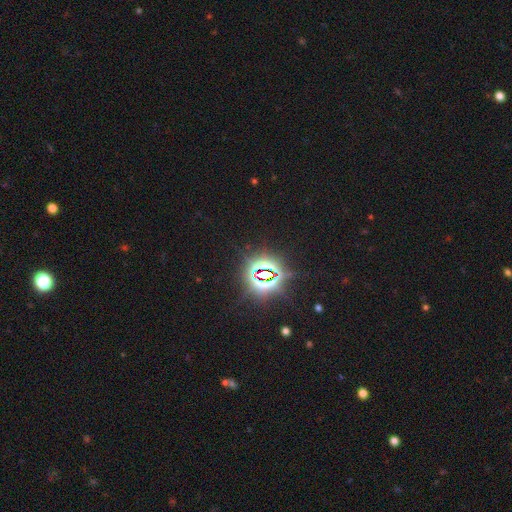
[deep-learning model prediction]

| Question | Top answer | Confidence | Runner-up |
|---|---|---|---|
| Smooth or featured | star or artifact | 84% | smooth (9%) |